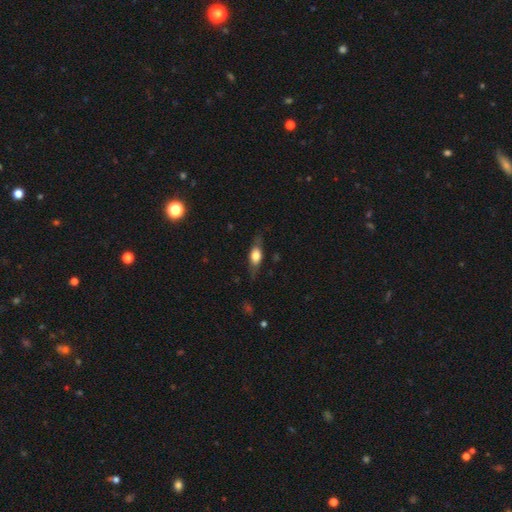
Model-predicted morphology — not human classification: Smooth or featured?
  - smooth: 56% *
  - featured or disk: 37%
  - star or artifact: 7%
How rounded?
  - in between: 64% *
  - cigar-shaped: 29%
  - round: 7%
Merging?
  - none: 73% *
  - minor disturbance: 19%
  - major disturbance: 6%
  - merger: 1%